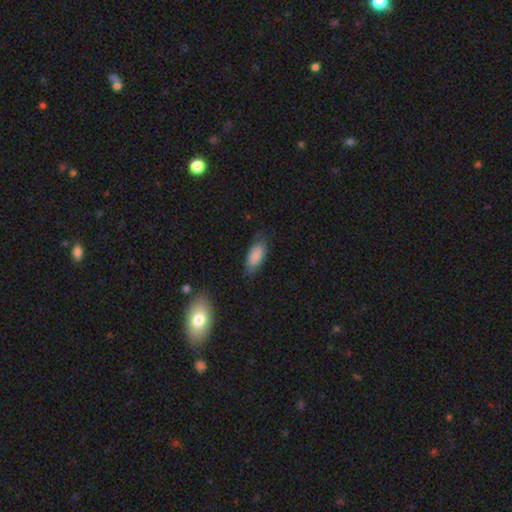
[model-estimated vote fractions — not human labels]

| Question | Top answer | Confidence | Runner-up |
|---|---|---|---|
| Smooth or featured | smooth | 83% | featured or disk (10%) |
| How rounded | in between | 85% | cigar-shaped (13%) |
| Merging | none | 69% | minor disturbance (23%) |